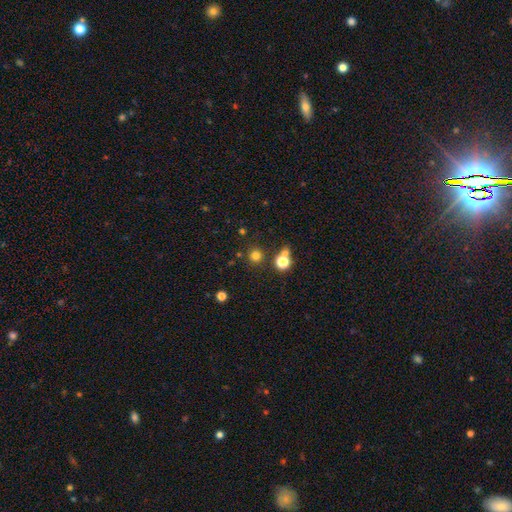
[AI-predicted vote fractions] Smooth or featured?
  - smooth: 75% *
  - star or artifact: 19%
  - featured or disk: 6%
How rounded?
  - round: 94% *
  - in between: 5%
  - cigar-shaped: 1%
Merging?
  - none: 81% *
  - merger: 9%
  - minor disturbance: 7%
  - major disturbance: 3%